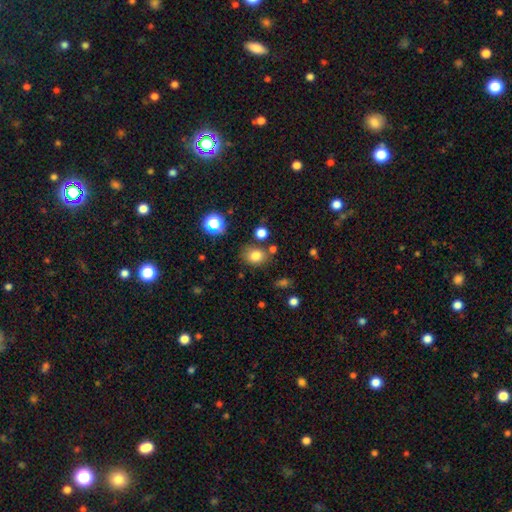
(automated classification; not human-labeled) Overall: smooth (78%). How rounded: round (52%; in between 47%). Merging: none (74%).